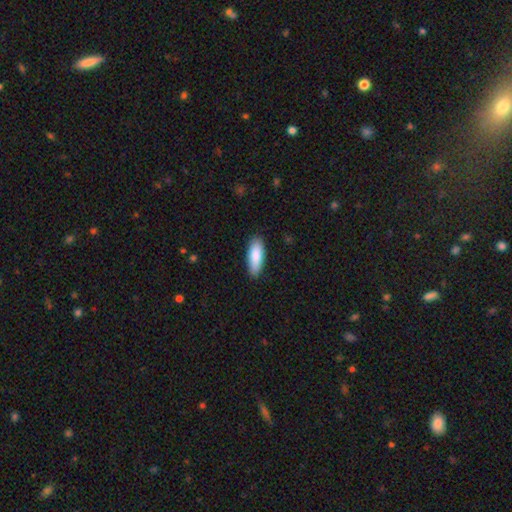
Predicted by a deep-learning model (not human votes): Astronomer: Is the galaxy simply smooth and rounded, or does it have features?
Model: smooth — 88%.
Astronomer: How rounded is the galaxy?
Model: in between — 69%.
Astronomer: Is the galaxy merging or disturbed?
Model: none — 88%.